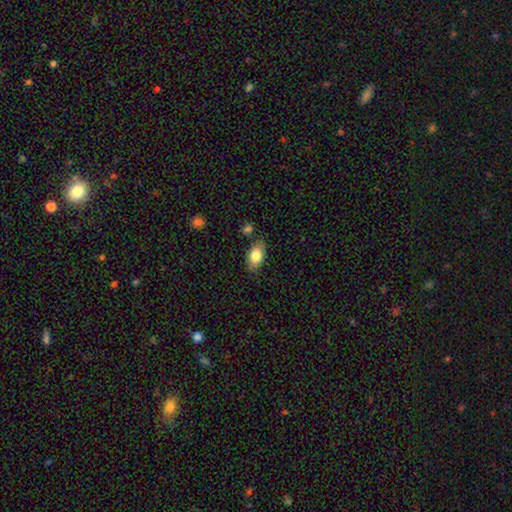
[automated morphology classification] type=smooth (80%); roundness=in between (90%); merging=none (76%).